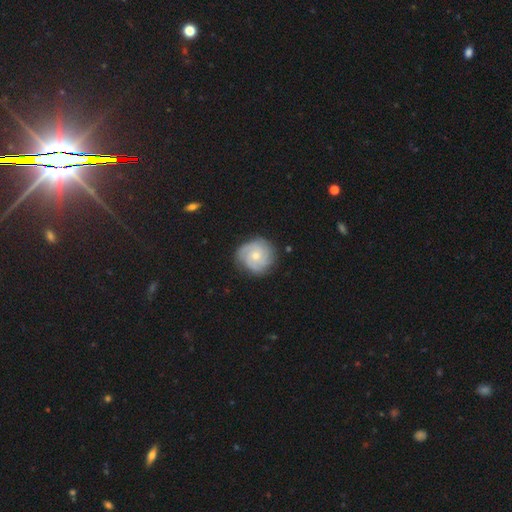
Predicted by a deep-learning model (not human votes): Smooth or featured: featured or disk — 69% (smooth — 25%)
Edge-on disk: no — 98% (yes — 2%)
Bar: no — 78% (weak — 20%)
Spiral arms: yes — 93% (no — 7%)
Spiral winding: tight — 61% (medium — 31%)
Spiral arm count: 3 — 39% (can't tell — 23%)
Bulge size: small — 51% (moderate — 45%)
Merging: none — 79% (minor disturbance — 16%)